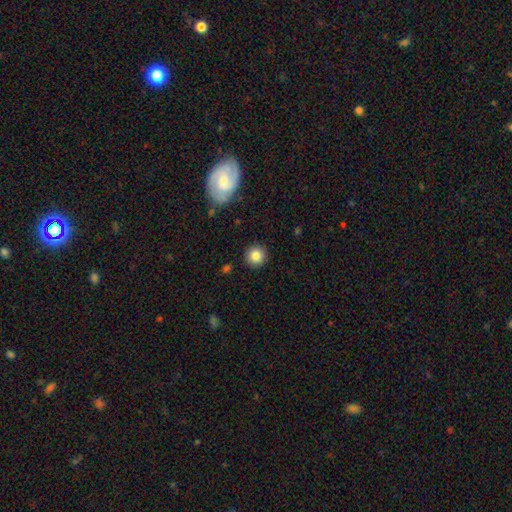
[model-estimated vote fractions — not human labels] smooth_or_featured: smooth (p=0.84) [alt: star or artifact p=0.09]
how_rounded: round (p=0.94) [alt: in between p=0.05]
merging: none (p=0.91) [alt: minor disturbance p=0.06]